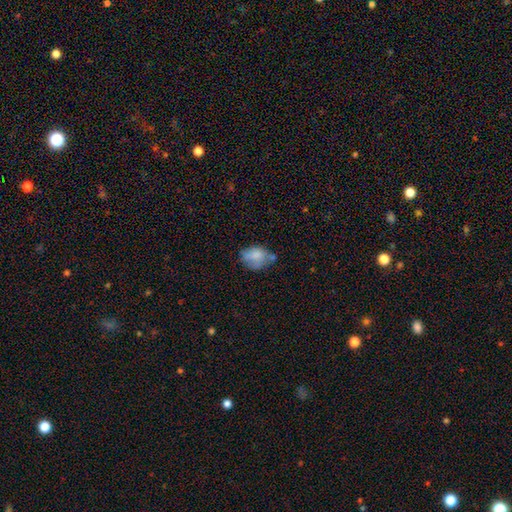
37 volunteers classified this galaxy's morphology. A smooth galaxy with no disk features (57%) that is in between round and cigar-shaped (71%). Merging: major disturbance (38%).